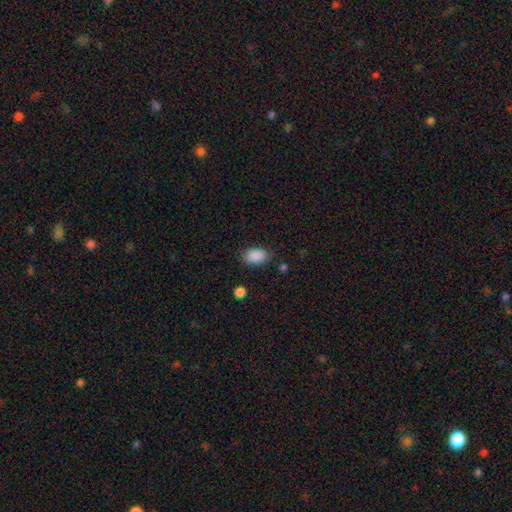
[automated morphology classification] This appears to be a smooth galaxy with no disk features (89%) that is in between round and cigar-shaped (89%). Merging: none (82%).